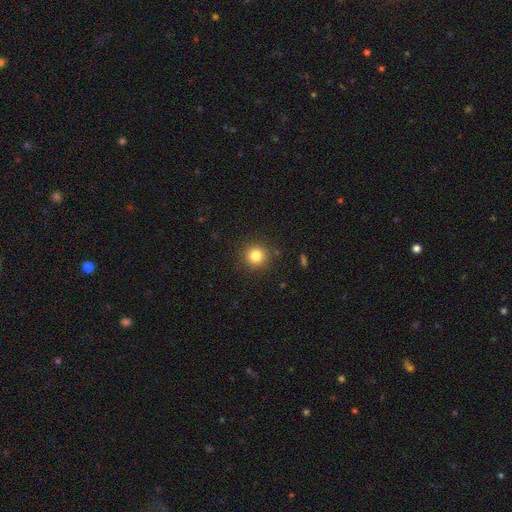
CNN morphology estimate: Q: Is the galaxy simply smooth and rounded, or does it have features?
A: smooth — 82%.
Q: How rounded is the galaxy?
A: round — 94%.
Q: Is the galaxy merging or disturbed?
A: none — 90%.